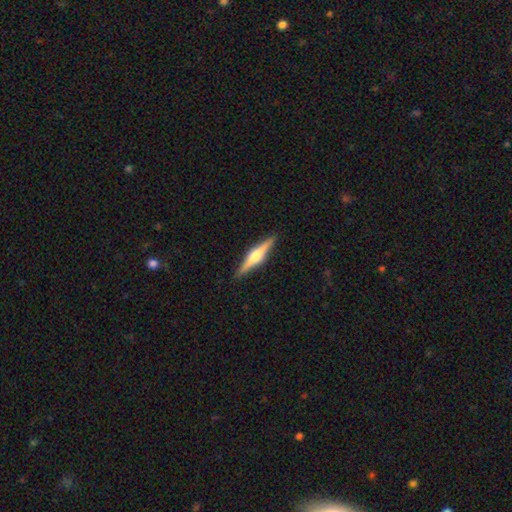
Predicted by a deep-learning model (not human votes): This is likely a featured or disk galaxy (70%). It is clearly viewed edge-on (98%). Edge-on bulge: clearly rounded (88%). Merging: clearly none (91%).